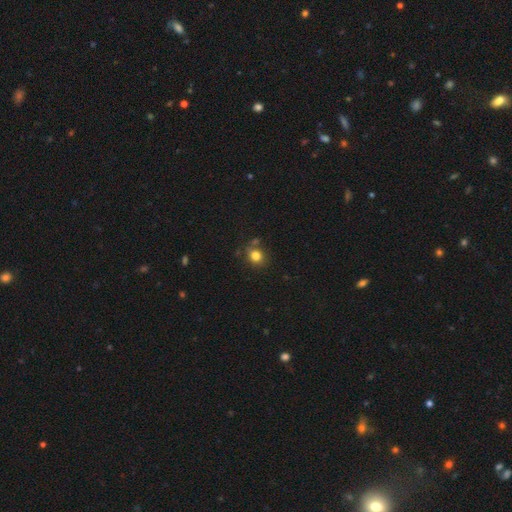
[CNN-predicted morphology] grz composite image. It shows a smooth galaxy with no disk features (81%) that is round (71%). Merging: none (72%).